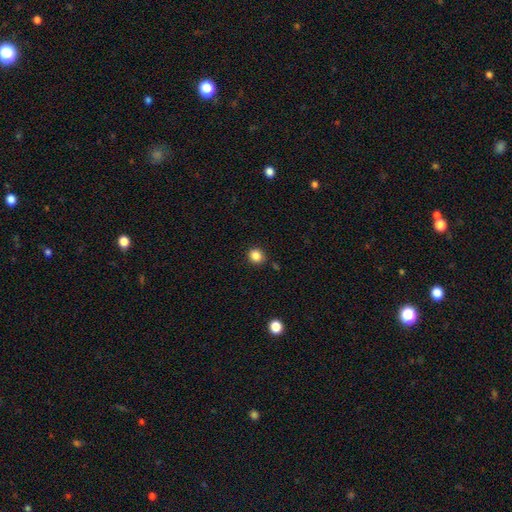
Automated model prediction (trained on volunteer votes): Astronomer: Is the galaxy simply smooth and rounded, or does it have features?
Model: smooth — 86%.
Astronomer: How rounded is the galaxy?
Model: round — 84%.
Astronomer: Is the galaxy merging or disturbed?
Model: none — 87%.